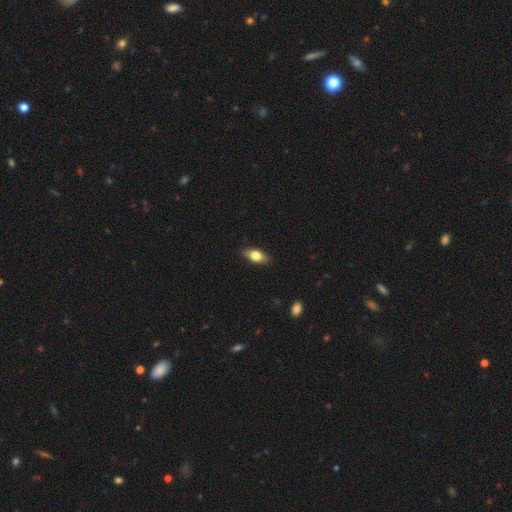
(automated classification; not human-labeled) A smooth galaxy with no disk features (76%) that is in between round and cigar-shaped (86%).

Vote fractions:
- Smooth or featured? smooth: 76% / featured or disk: 18% / star or artifact: 7%
- How rounded? in between: 86% / cigar-shaped: 9% / round: 5%
- Merging? none: 88% / minor disturbance: 9% / major disturbance: 2% / merger: 1%